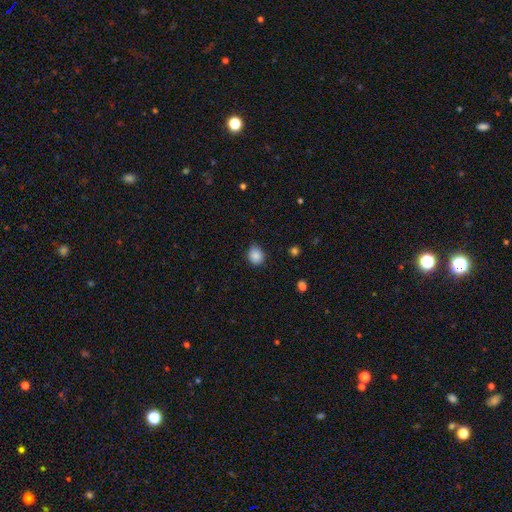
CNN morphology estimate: Smooth or featured: smooth — 87% (star or artifact — 9%)
How rounded: round — 67% (in between — 32%)
Merging: none — 82% (minor disturbance — 14%)